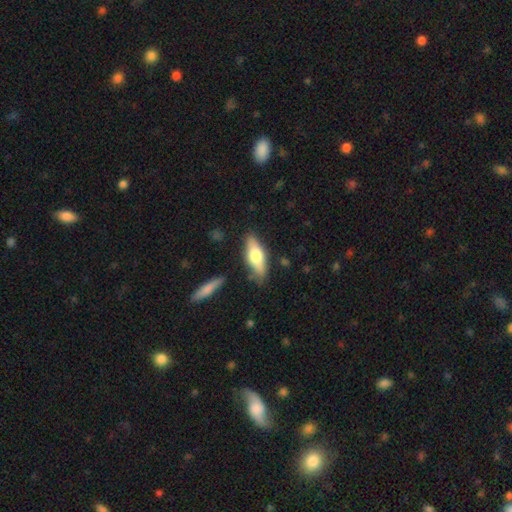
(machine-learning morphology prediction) type=smooth (57%); roundness=in between (56%); merging=none (79%).